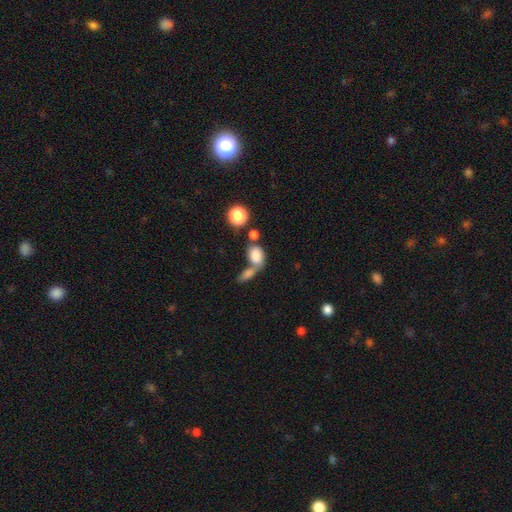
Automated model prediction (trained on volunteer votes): Morphology: type=smooth (82%); roundness=in between (80%); merging=merger (53%).